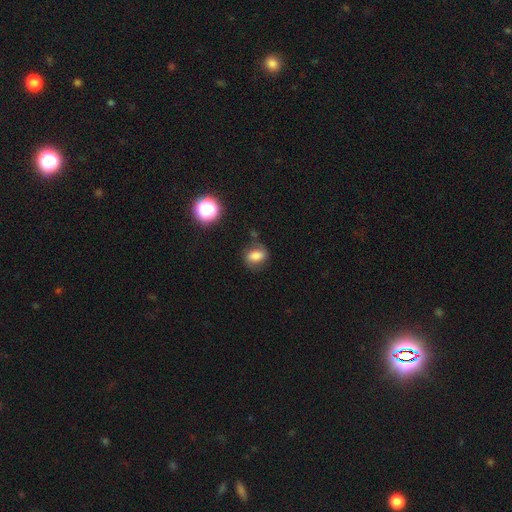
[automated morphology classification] smooth_or_featured: smooth (p=0.60) [alt: featured or disk p=0.26]
how_rounded: in between (p=0.65) [alt: round p=0.33]
merging: none (p=0.68) [alt: minor disturbance p=0.21]